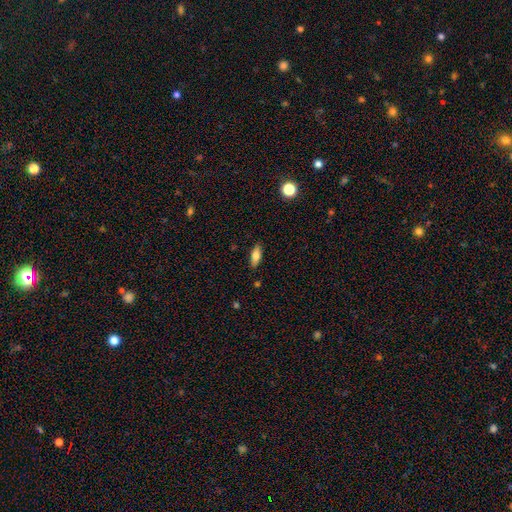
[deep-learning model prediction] The model was most divided on "how rounded": in between: 70%, cigar-shaped: 27%, round: 3%. More confident: merging — none (86%); smooth or featured — smooth (74%).